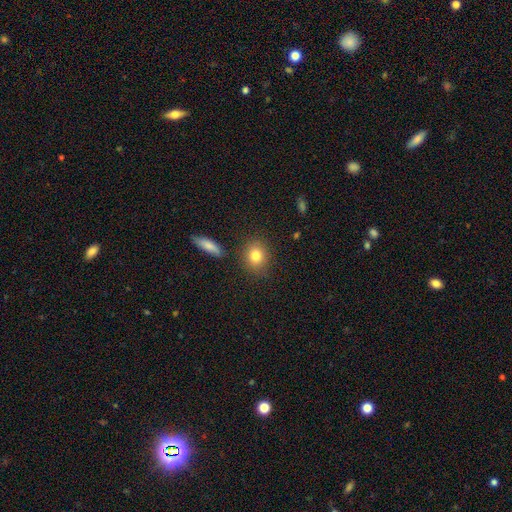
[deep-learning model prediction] This is clearly a smooth galaxy (82%). How rounded: likely round (66%). Merging: clearly none (84%).